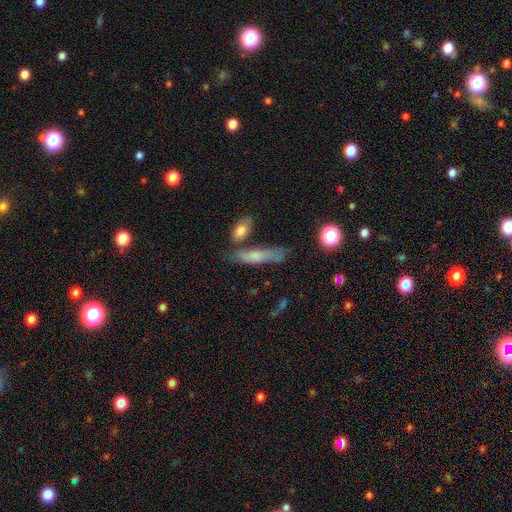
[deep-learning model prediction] This is likely a smooth galaxy (62%). How rounded: likely cigar-shaped (68%). Merging: possibly none (54%).